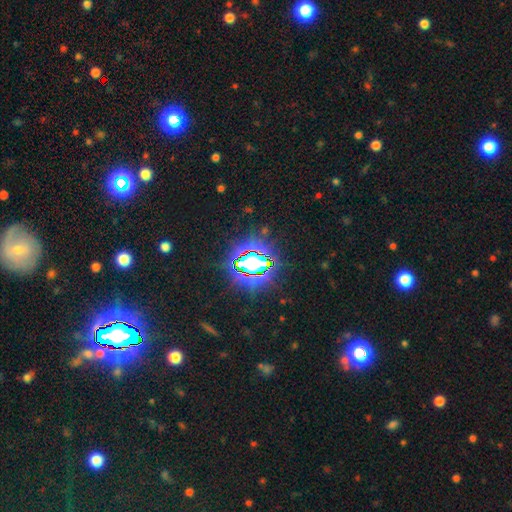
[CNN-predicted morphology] type=star or artifact (80%).